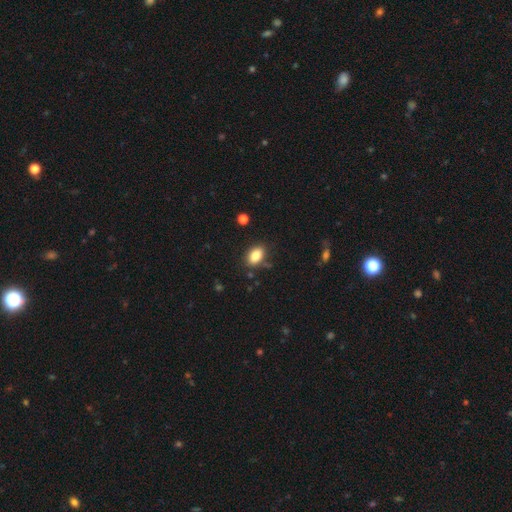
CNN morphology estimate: Q: Smooth or featured?
A: smooth (85%); runner-up: star or artifact (9%)
Q: How rounded?
A: in between (89%); runner-up: round (9%)
Q: Merging?
A: none (83%); runner-up: minor disturbance (12%)